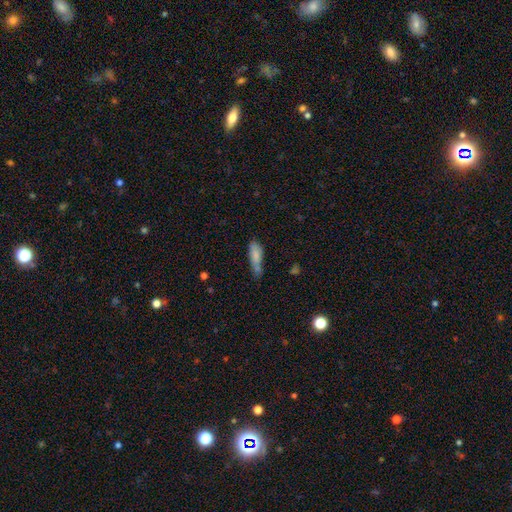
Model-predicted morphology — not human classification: smooth-or-featured: smooth: 79% | featured or disk: 12% | star or artifact: 8%
  how-rounded: in between: 59% | cigar-shaped: 38% | round: 3%
  merging: none: 37% | minor disturbance: 27% | merger: 26% | major disturbance: 11%